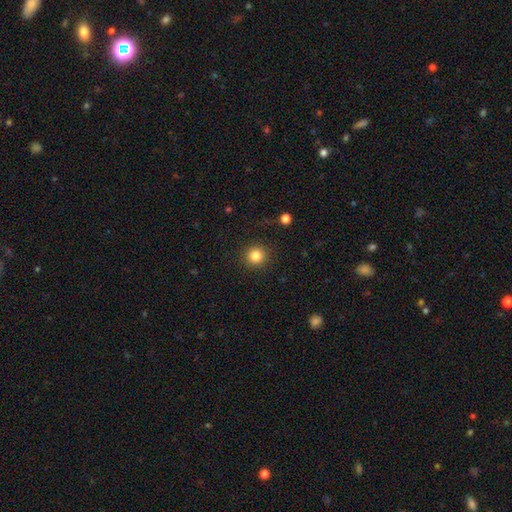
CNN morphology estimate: Smooth or featured? smooth (84%)
How rounded? round (93%)
Merging? none (90%)